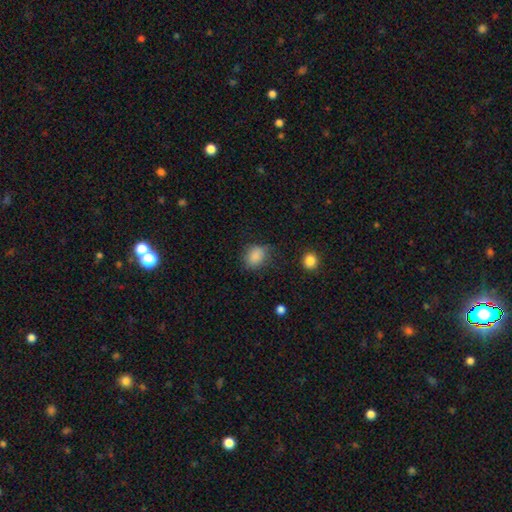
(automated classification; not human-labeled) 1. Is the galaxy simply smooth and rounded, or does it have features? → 85% smooth, 10% star or artifact, 5% featured or disk.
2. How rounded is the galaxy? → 51% in between, 48% round, 1% cigar-shaped.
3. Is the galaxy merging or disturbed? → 66% none, 24% minor disturbance, 7% major disturbance, 2% merger.